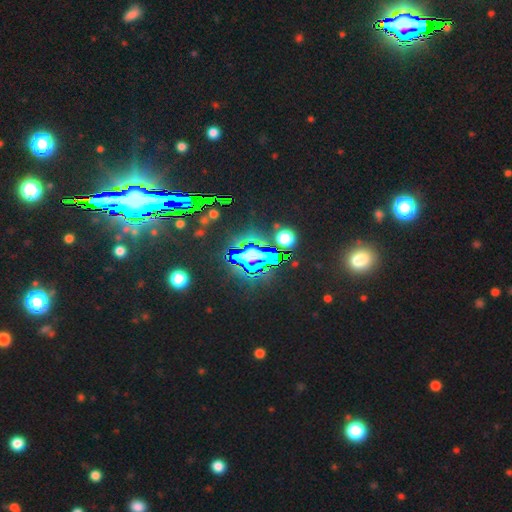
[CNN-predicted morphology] Q: Smooth or featured?
A: star or artifact (69%); runner-up: smooth (19%)